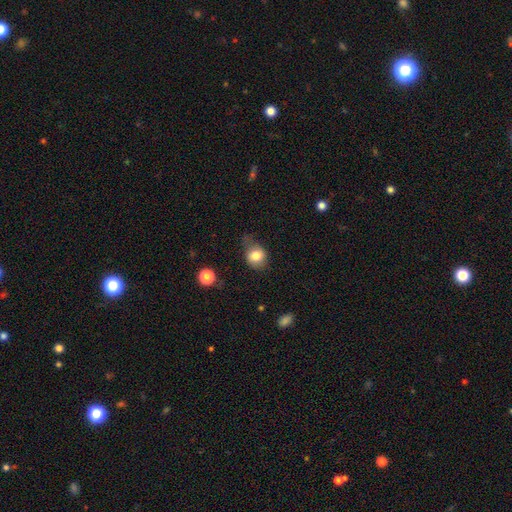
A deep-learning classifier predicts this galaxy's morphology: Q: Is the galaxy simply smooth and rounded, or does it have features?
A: smooth — 80%.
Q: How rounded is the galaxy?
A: round — 61%.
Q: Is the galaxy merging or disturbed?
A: none — 53%.